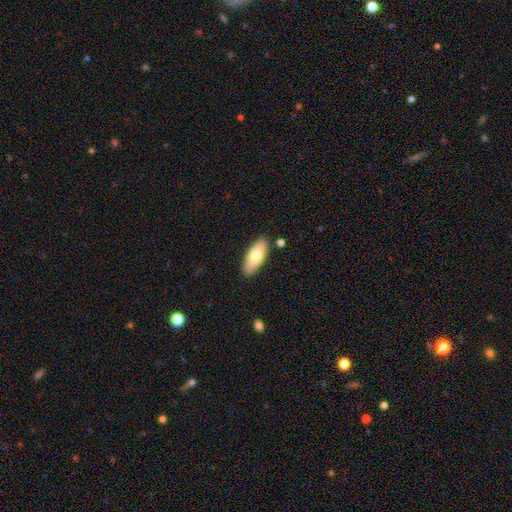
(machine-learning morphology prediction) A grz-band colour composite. It shows a smooth galaxy with no disk features (73%) that is in between round and cigar-shaped (79%). Merging: none (86%).